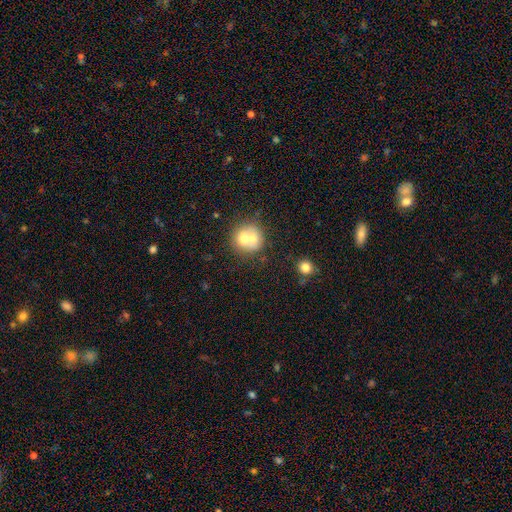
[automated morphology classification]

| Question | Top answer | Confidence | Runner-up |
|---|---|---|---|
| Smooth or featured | smooth | 62% | star or artifact (32%) |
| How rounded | round | 89% | in between (10%) |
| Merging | none | 86% | minor disturbance (7%) |